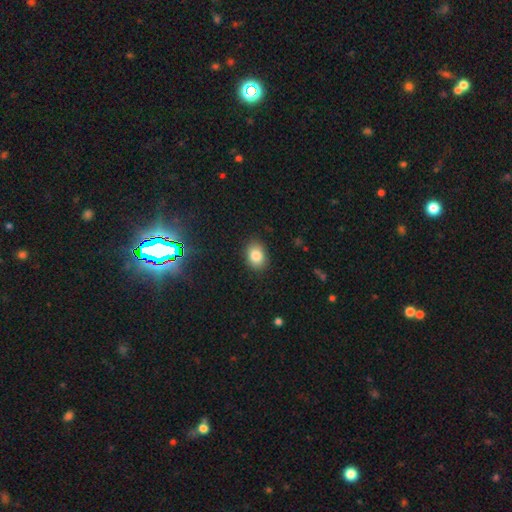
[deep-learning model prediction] This appears to be a smooth galaxy with no disk features (83%) that is in between round and cigar-shaped (62%). Merging: none (87%).